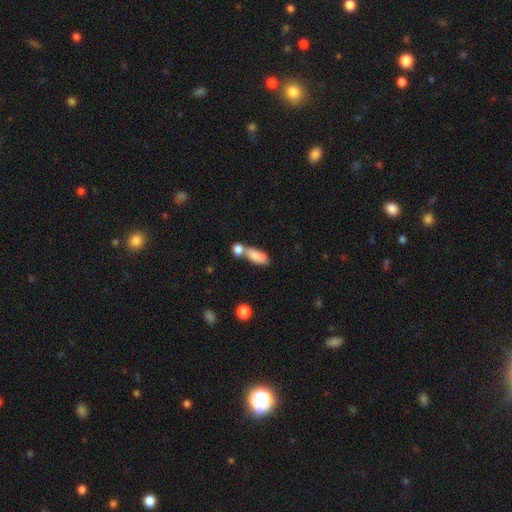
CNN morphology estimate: smooth_or_featured: smooth (p=0.80) [alt: featured or disk p=0.12]
how_rounded: in between (p=0.76) [alt: cigar-shaped p=0.19]
merging: merger (p=0.48) [alt: none p=0.34]